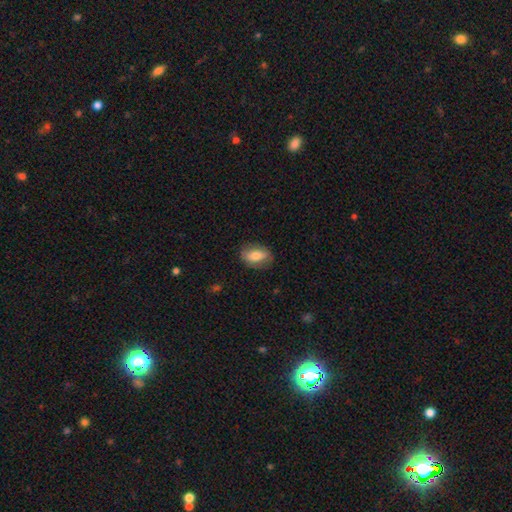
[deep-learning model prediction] smooth_or_featured: smooth (p=0.66) [alt: featured or disk p=0.27]
how_rounded: in between (p=0.84) [alt: round p=0.11]
merging: none (p=0.79) [alt: minor disturbance p=0.15]